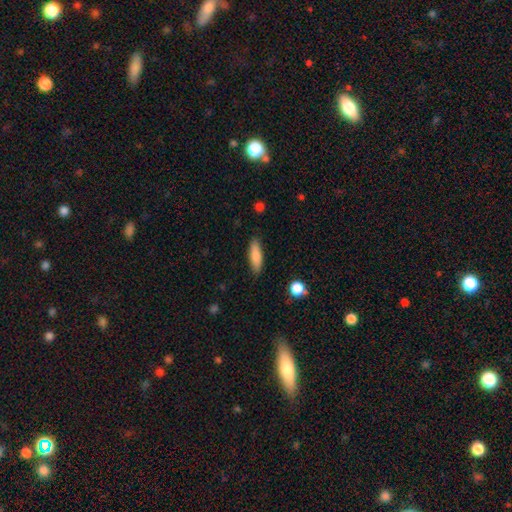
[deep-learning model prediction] Q: Smooth or featured?
A: smooth (81%); runner-up: featured or disk (12%)
Q: How rounded?
A: cigar-shaped (60%); runner-up: in between (38%)
Q: Merging?
A: none (86%); runner-up: minor disturbance (10%)